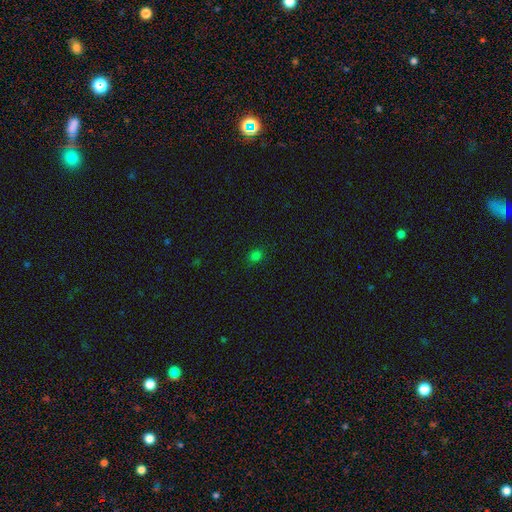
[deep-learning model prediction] The model was most divided on "how rounded": round: 59%, in between: 40%, cigar-shaped: 1%. More confident: merging — none (83%); smooth or featured — smooth (75%).